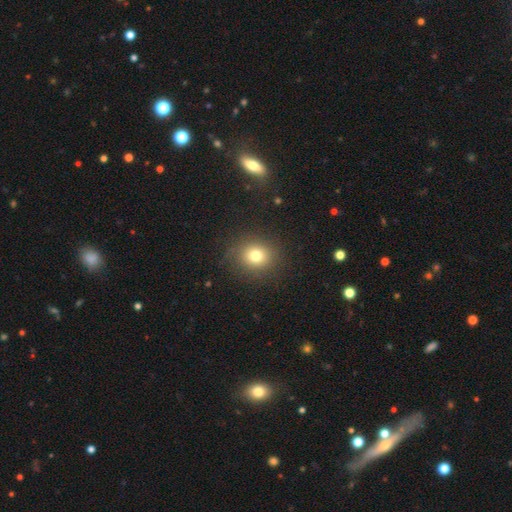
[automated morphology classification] smooth 77%, star or artifact 14%, featured or disk 9%. Down the decision tree: how rounded — round (78%); merging — none (86%).